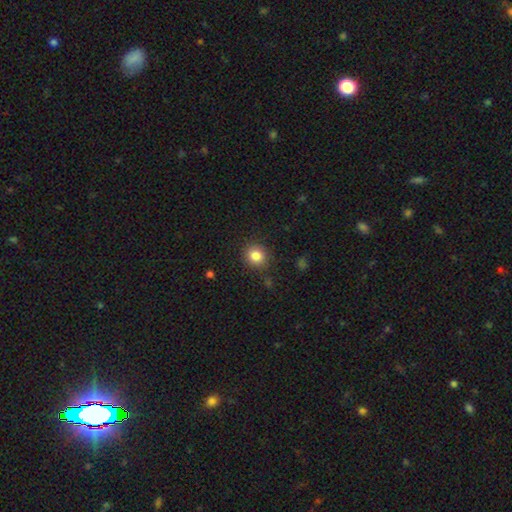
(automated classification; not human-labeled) Morphology: type=smooth (84%); roundness=round (85%); merging=none (86%).